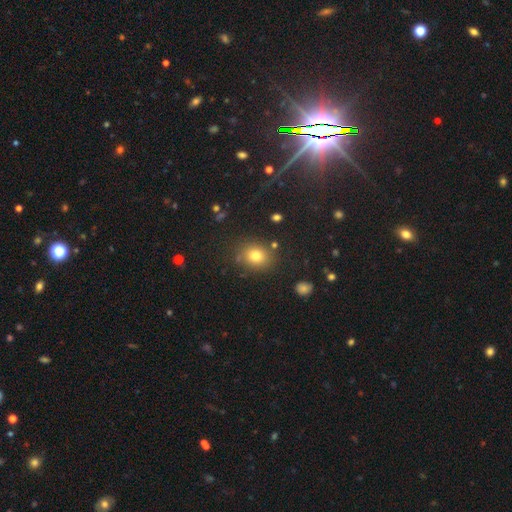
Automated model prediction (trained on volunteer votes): Morphology: type=smooth (77%); roundness=round (64%); merging=none (82%).